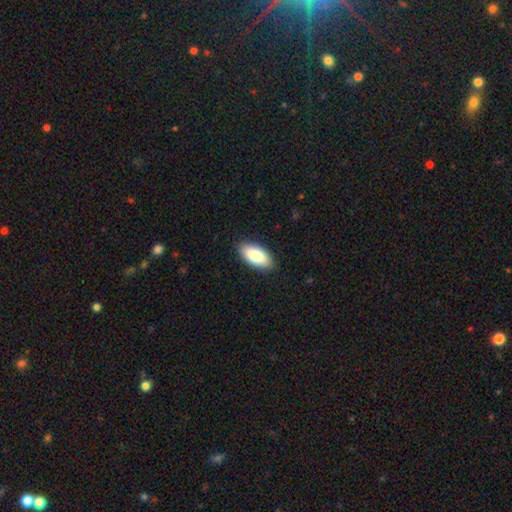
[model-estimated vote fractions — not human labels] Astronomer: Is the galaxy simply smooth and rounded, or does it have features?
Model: smooth — 84%.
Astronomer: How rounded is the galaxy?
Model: in between — 92%.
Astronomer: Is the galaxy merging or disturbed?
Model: none — 88%.